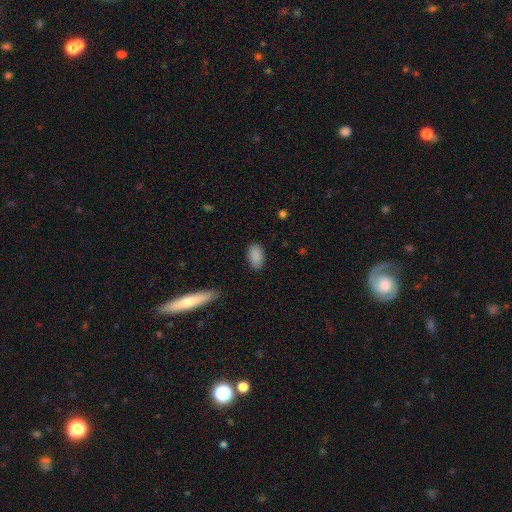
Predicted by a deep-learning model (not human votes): The model was most divided on "merging": none: 85%, minor disturbance: 11%, major disturbance: 3%, merger: 1%. More confident: how rounded — in between (92%); smooth or featured — smooth (89%).